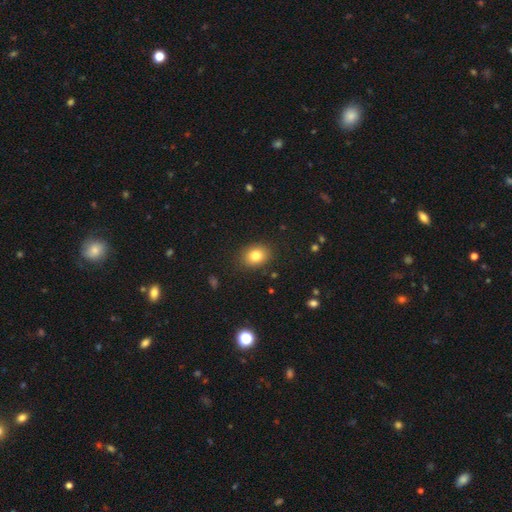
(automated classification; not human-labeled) This appears to be a smooth galaxy with no disk features (82%) that is in between round and cigar-shaped (56%). Merging: none (88%).